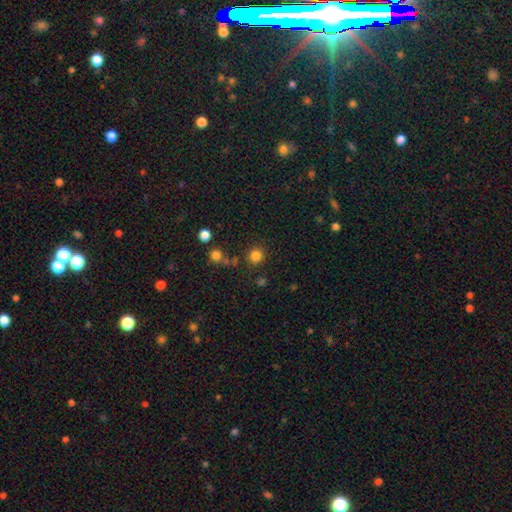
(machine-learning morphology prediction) This appears to be a smooth galaxy with no disk features (82%) that is round (91%). Merging: none (85%).